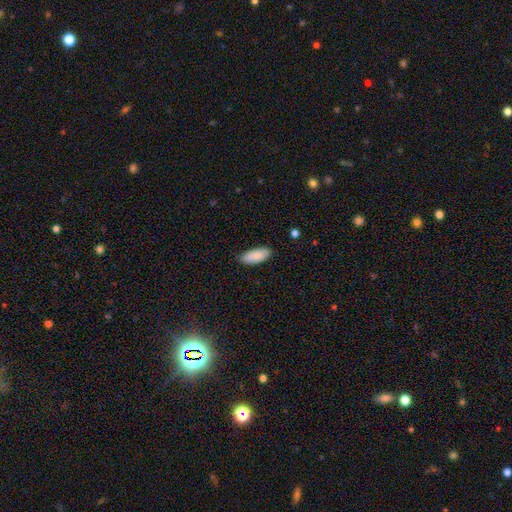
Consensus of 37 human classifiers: Volunteers were most divided on "merging": none: 85%, minor disturbance: 12%, major disturbance: 3%, merger: 0%. More confident: how rounded — in between (91%); smooth or featured — smooth (89%).